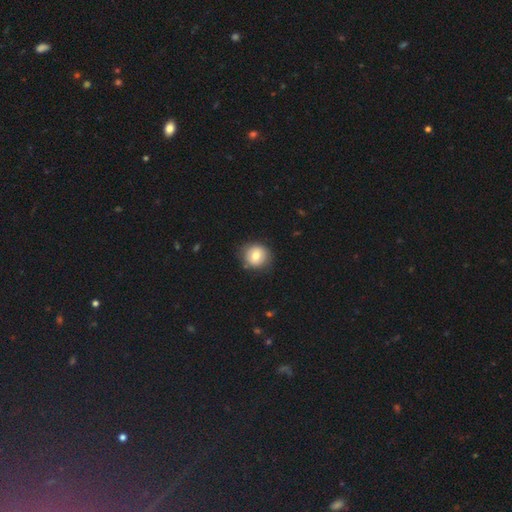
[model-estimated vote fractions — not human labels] Smooth or featured? Predicted: smooth (p=0.73). How rounded? Predicted: round (p=0.87). Merging? Predicted: none (p=0.83).